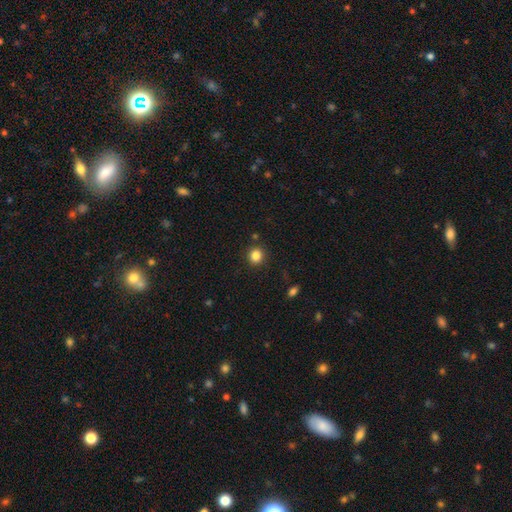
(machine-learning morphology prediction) smooth 84%, star or artifact 12%, featured or disk 4%. Down the decision tree: how rounded — round (88%); merging — none (88%).